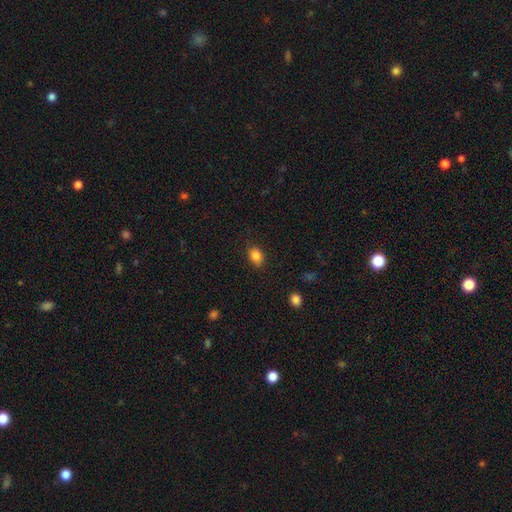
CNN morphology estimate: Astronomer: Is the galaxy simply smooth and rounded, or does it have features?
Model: smooth — 85%.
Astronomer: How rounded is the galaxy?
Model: in between — 68%.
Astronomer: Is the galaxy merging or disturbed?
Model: none — 81%.